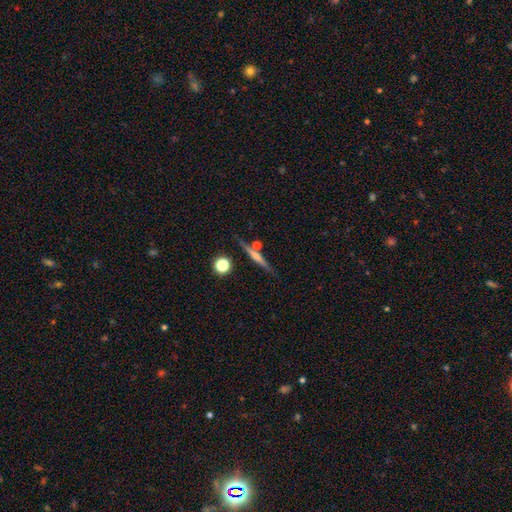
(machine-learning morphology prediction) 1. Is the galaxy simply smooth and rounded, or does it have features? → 55% featured or disk, 36% smooth, 9% star or artifact.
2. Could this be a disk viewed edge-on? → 95% yes, 5% no.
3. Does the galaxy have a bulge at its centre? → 52% rounded, 37% none, 11% boxy.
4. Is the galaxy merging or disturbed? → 78% none, 10% minor disturbance, 9% merger, 3% major disturbance.